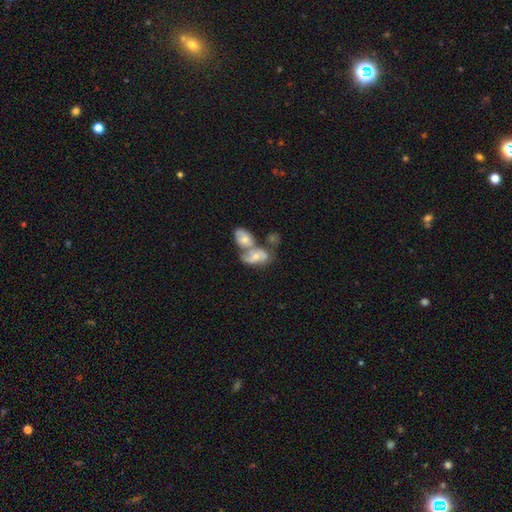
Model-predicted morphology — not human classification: Smooth or featured? Predicted: featured or disk (p=0.57). Edge-on disk? Predicted: no (p=0.95). Bar? Predicted: no (p=0.68). Spiral arms? Predicted: yes (p=0.68). Bulge size? Predicted: moderate (p=0.52). Merging? Predicted: merger (p=0.64).